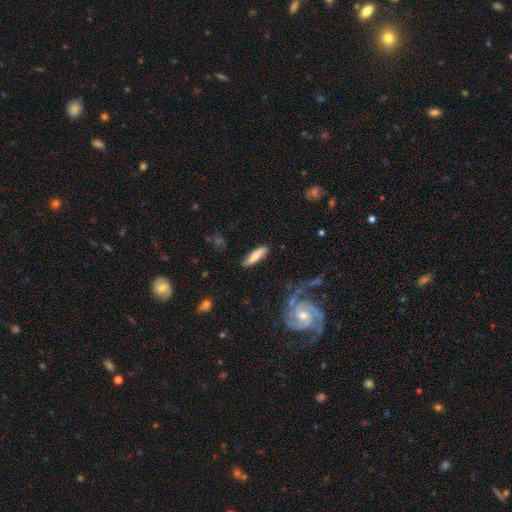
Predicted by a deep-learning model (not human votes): A smooth galaxy with no disk features (67%) that is cigar-shaped (61%). Merging: none (81%).